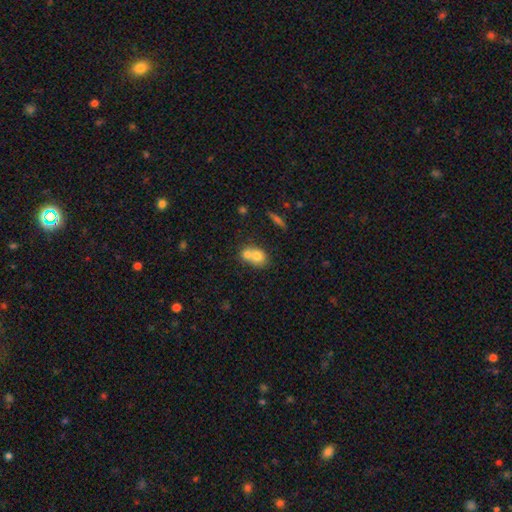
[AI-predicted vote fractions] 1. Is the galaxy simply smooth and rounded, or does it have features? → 71% smooth, 20% featured or disk, 9% star or artifact.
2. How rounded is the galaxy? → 58% round, 41% in between, 2% cigar-shaped.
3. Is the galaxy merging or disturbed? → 66% merger, 25% none, 6% minor disturbance, 3% major disturbance.